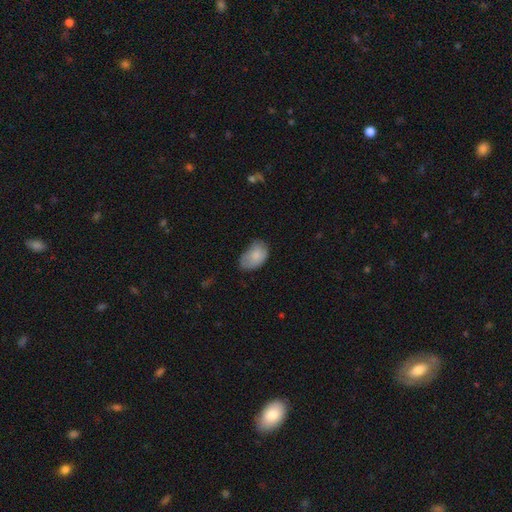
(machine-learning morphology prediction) Smooth or featured? Predicted: smooth (p=0.82). How rounded? Predicted: in between (p=0.89). Merging? Predicted: none (p=0.53).